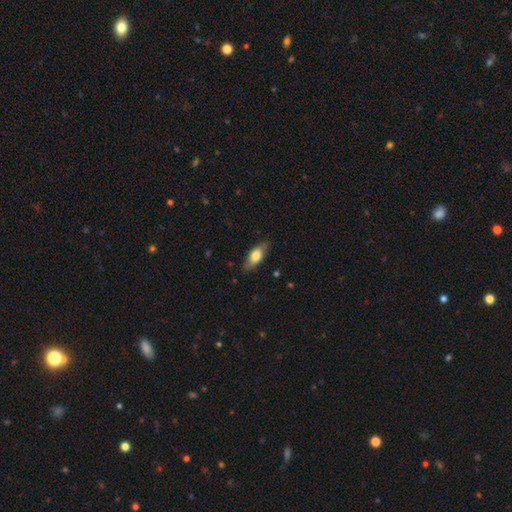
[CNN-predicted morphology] smooth 66%, featured or disk 28%, star or artifact 6%. Down the decision tree: how rounded — in between (75%); merging — none (80%).